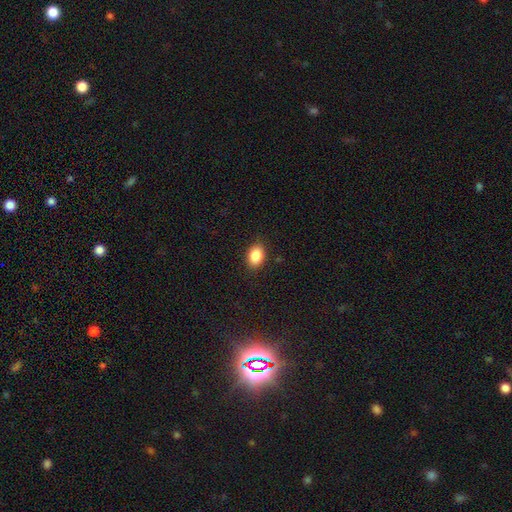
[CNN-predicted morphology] Smooth or featured? smooth (88%)
How rounded? in between (82%)
Merging? none (86%)